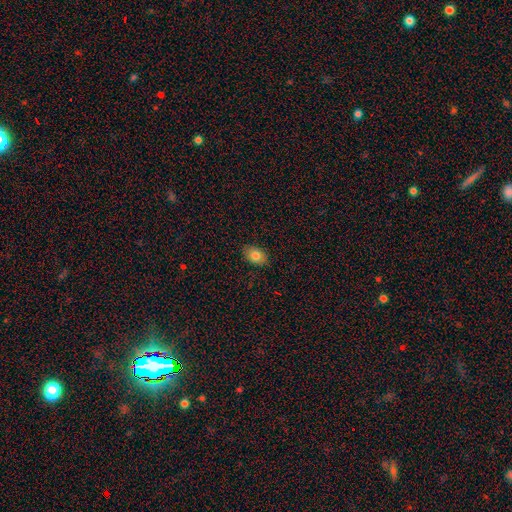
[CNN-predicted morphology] This appears to be a smooth galaxy with no disk features (81%) that is in between round and cigar-shaped (83%). Merging: none (87%).